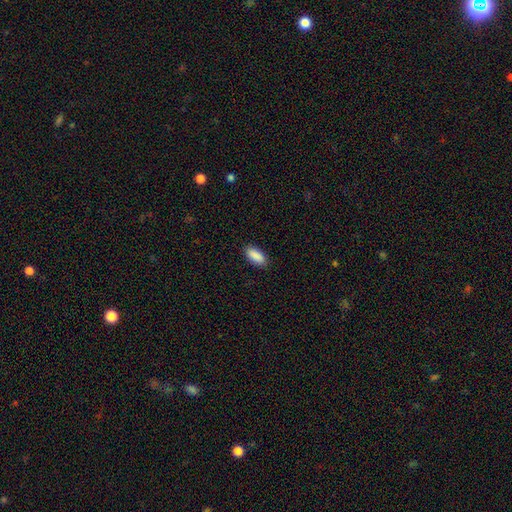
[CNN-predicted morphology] smooth-or-featured: smooth: 90% | star or artifact: 6% | featured or disk: 4%
  how-rounded: in between: 85% | cigar-shaped: 13% | round: 2%
  merging: none: 88% | minor disturbance: 9% | major disturbance: 2% | merger: 1%